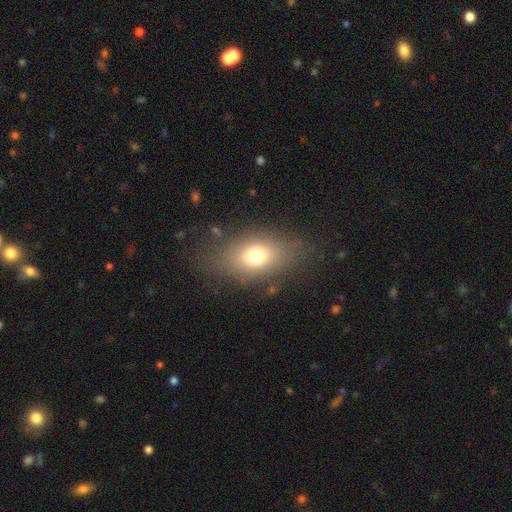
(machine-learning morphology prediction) This is likely a smooth galaxy (71%). How rounded: likely in between (73%). Merging: likely none (73%).